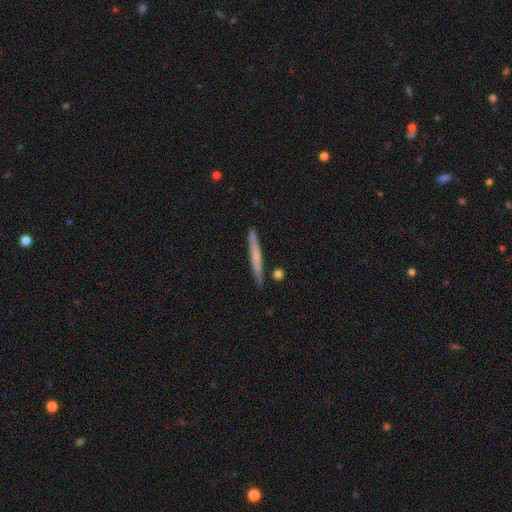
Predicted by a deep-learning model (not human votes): Smooth or featured? smooth (57%)
How rounded? cigar-shaped (96%)
Merging? none (87%)